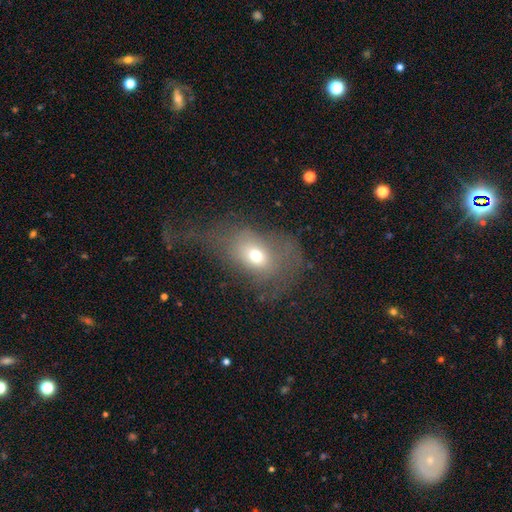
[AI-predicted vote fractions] Q: Smooth or featured?
A: smooth (63%); runner-up: featured or disk (23%)
Q: How rounded?
A: in between (65%); runner-up: round (33%)
Q: Merging?
A: major disturbance (41%); runner-up: none (36%)